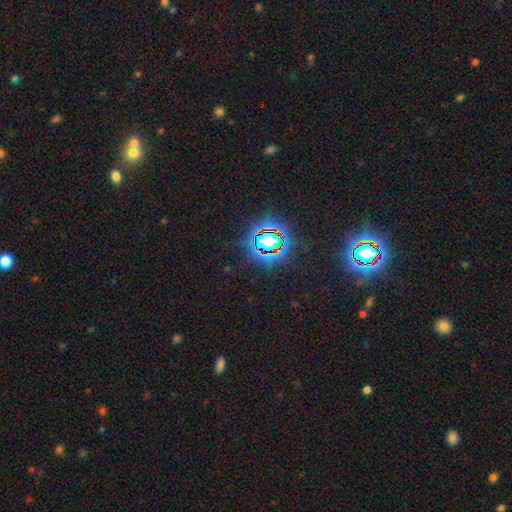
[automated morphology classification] A star or artifact, not a galaxy (82%).

Vote fractions:
- Smooth or featured? star or artifact: 82% / smooth: 12% / featured or disk: 7%